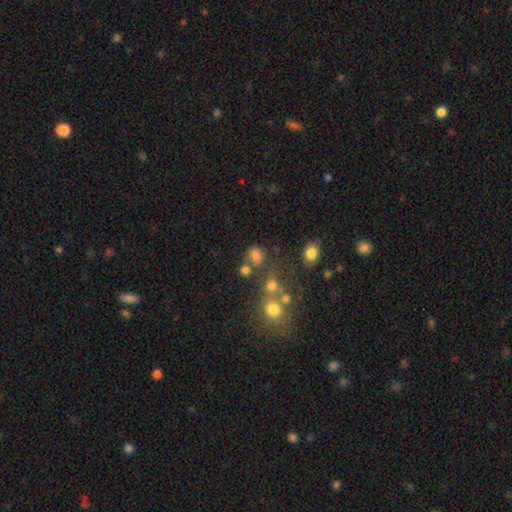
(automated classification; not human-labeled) smooth-or-featured: smooth: 71% | star or artifact: 17% | featured or disk: 11%
  how-rounded: in between: 56% | round: 42% | cigar-shaped: 2%
  merging: none: 52% | merger: 21% | minor disturbance: 16% | major disturbance: 10%